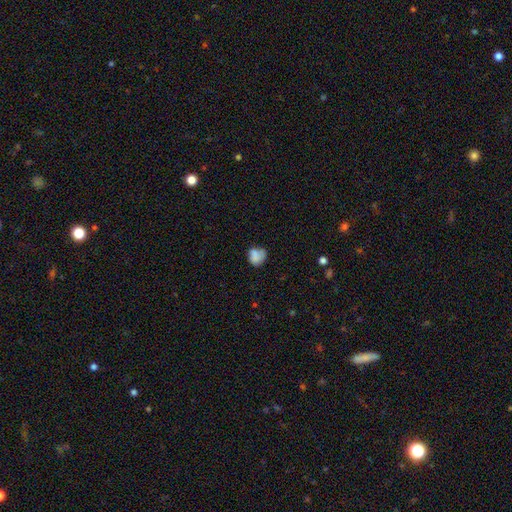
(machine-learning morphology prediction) Smooth or featured? smooth (78%)
How rounded? round (56%)
Merging? none (44%)